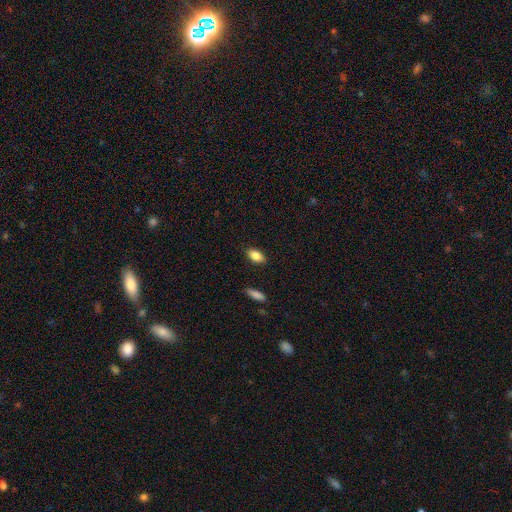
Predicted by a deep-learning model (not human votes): Smooth or featured? Predicted: smooth (p=0.85). How rounded? Predicted: in between (p=0.90). Merging? Predicted: none (p=0.88).